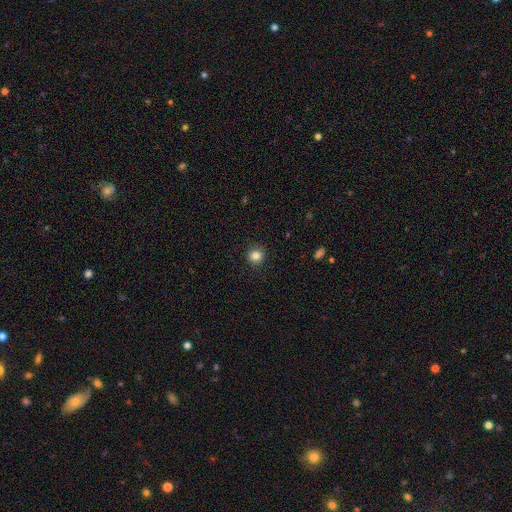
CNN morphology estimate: smooth_or_featured: smooth (p=0.84) [alt: star or artifact p=0.11]
how_rounded: round (p=0.90) [alt: in between p=0.09]
merging: none (p=0.91) [alt: minor disturbance p=0.06]